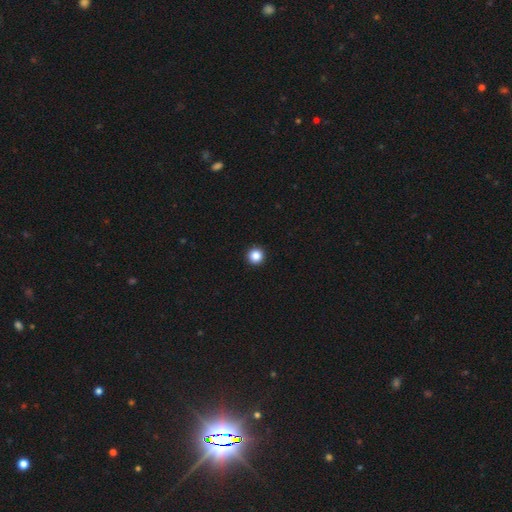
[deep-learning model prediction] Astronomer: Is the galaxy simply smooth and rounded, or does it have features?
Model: smooth — 86%.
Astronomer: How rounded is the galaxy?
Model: round — 96%.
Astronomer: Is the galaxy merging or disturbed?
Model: none — 94%.